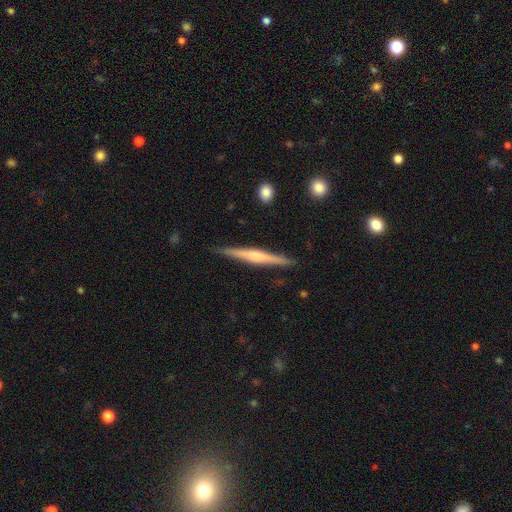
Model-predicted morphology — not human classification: The model was most divided on "edge-on bulge": rounded: 54%, none: 24%, boxy: 21%. More confident: edge-on disk — yes (98%); merging — none (89%); smooth or featured — featured or disk (65%).